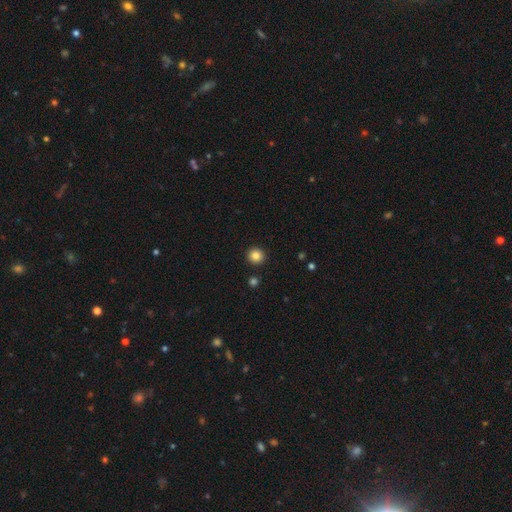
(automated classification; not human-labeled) Overall: smooth (85%). How rounded: round (93%). Merging: none (92%).